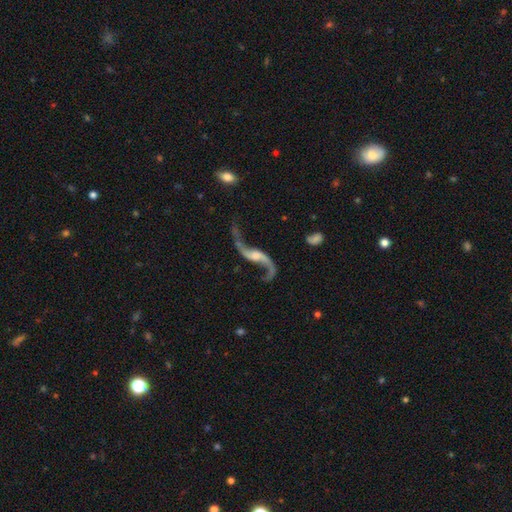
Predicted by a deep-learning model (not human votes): featured or disk 90%, smooth 5%, star or artifact 5%. Down the decision tree: edge-on disk — no (93%); bar — no (47%); spiral arms — yes (96%); spiral arm count — 2 (93%); spiral winding — loose (94%); bulge size — none (32%); merging — none (63%).